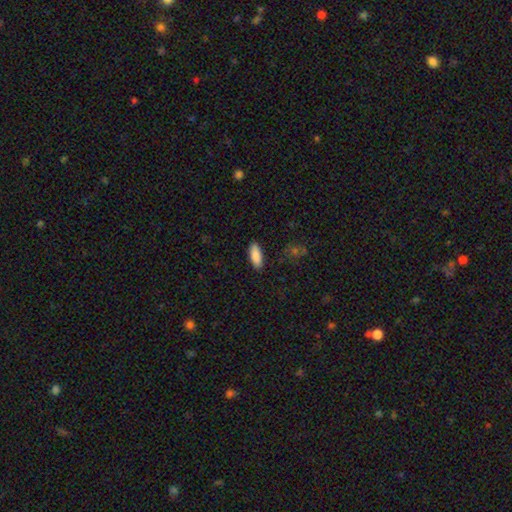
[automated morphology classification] smooth_or_featured: smooth (p=0.88) [alt: star or artifact p=0.06]
how_rounded: in between (p=0.72) [alt: cigar-shaped p=0.26]
merging: none (p=0.88) [alt: minor disturbance p=0.09]